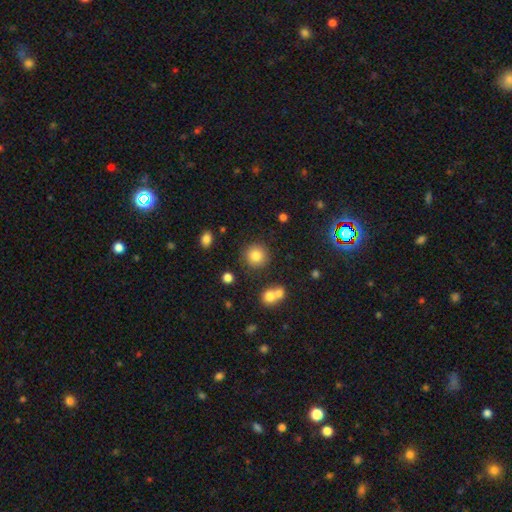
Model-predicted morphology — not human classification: smooth-or-featured: smooth: 81% | star or artifact: 11% | featured or disk: 8%
  how-rounded: round: 92% | in between: 7% | cigar-shaped: 1%
  merging: none: 83% | minor disturbance: 9% | merger: 6% | major disturbance: 3%